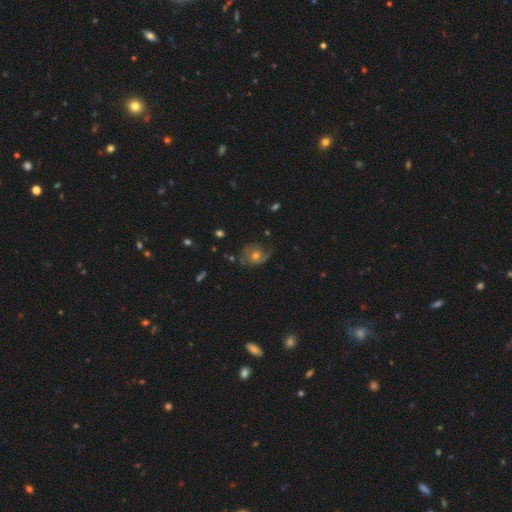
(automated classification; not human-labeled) This is likely a featured or disk galaxy (62%). It is clearly not viewed edge-on (97%). Bar: likely no (79%). Spiral arm pattern: clearly yes (85%). Spiral arm count: marginally 2 (42%). Spiral winding: marginally medium (40%). Central bulge: likely moderate (67%). Merging: possibly none (58%).